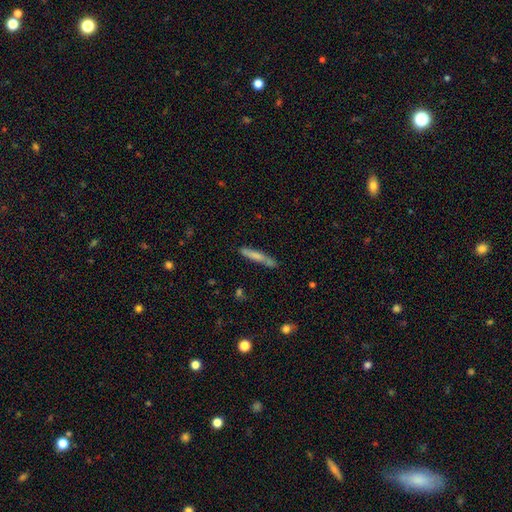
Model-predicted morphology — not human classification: smooth 64%, featured or disk 29%, star or artifact 7%. Down the decision tree: how rounded — cigar-shaped (93%); merging — none (74%).